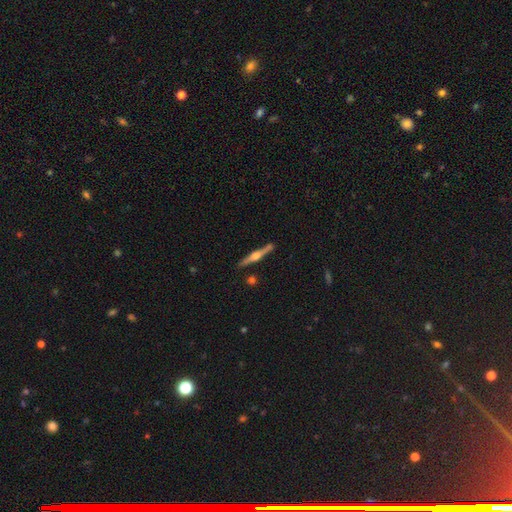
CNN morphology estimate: This is likely a featured or disk galaxy (77%). It is clearly viewed edge-on (98%). Edge-on bulge: clearly rounded (93%). Merging: clearly none (87%).